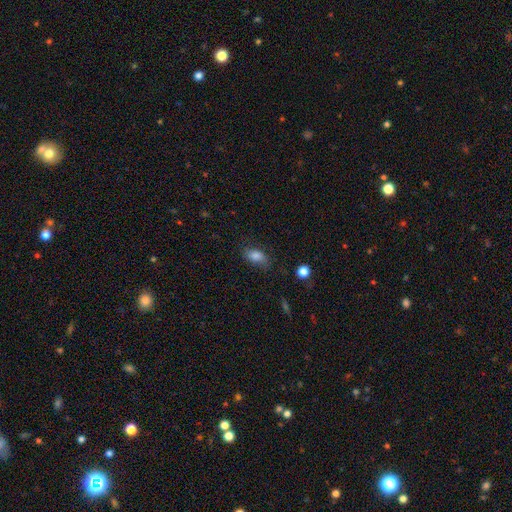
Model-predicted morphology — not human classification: Smooth or featured?
  - smooth: 81% *
  - featured or disk: 10%
  - star or artifact: 9%
How rounded?
  - in between: 86% *
  - round: 9%
  - cigar-shaped: 4%
Merging?
  - none: 71% *
  - minor disturbance: 21%
  - major disturbance: 7%
  - merger: 2%